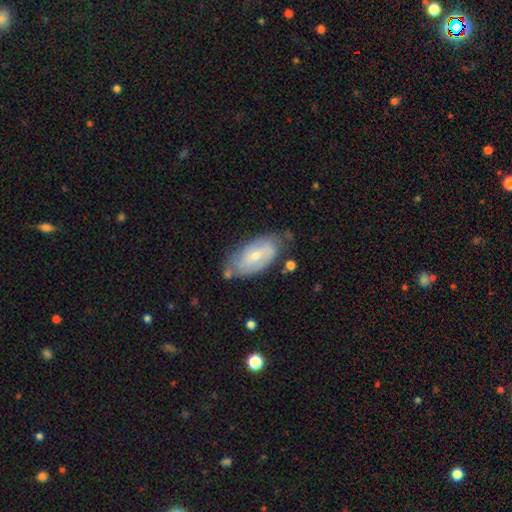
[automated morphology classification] A featured or disk galaxy (55%) with no bar (46%), spiral arms (74%) and a small central bulge (62%). Merging: none (62%).